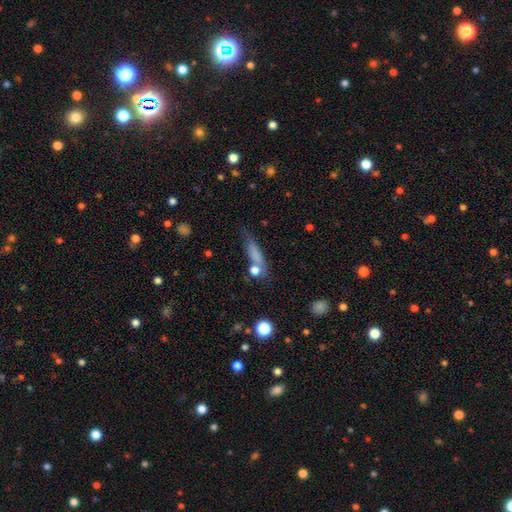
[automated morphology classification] Overall: smooth (70%). How rounded: cigar-shaped (70%). Merging: none (61%).